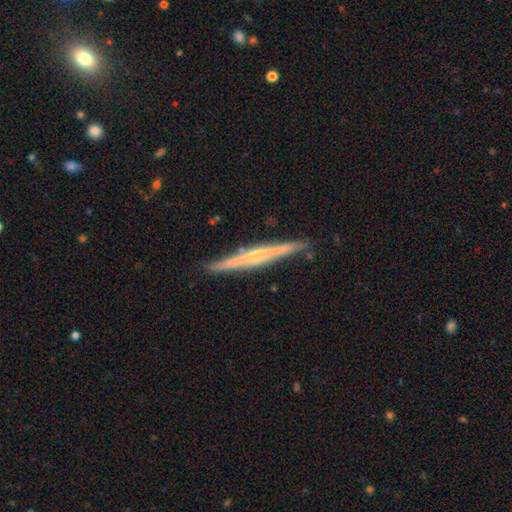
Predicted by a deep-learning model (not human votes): Overall: featured or disk (77%). Edge-on disk: yes (98%). Edge-on bulge: rounded (70%). Merging: none (90%).